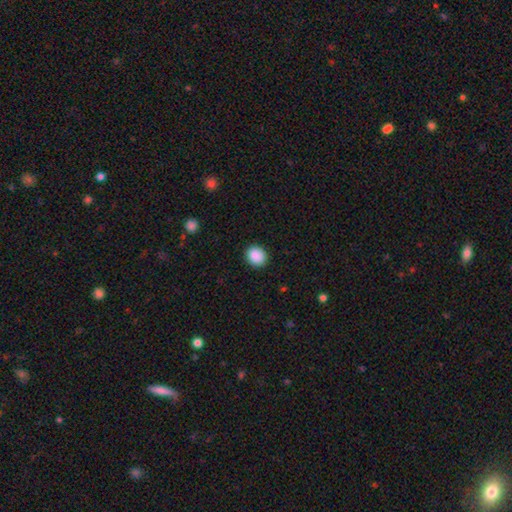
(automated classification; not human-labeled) Smooth or featured? Predicted: smooth (p=0.88). How rounded? Predicted: round (p=0.75). Merging? Predicted: none (p=0.90).